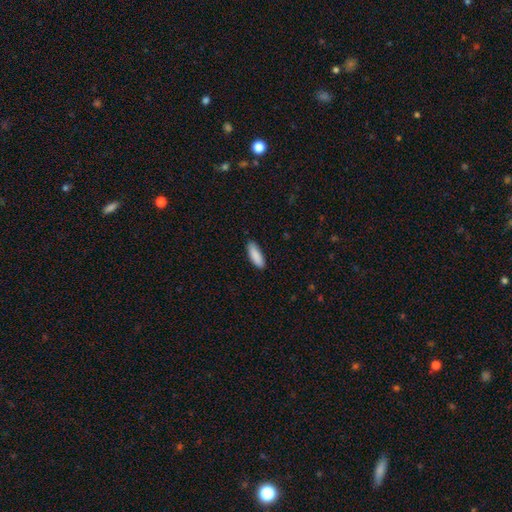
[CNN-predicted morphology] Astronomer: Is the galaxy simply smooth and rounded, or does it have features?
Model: smooth — 90%.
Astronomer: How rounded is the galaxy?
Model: in between — 62% (runner-up: cigar-shaped, 37%).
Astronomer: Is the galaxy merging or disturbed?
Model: none — 87%.